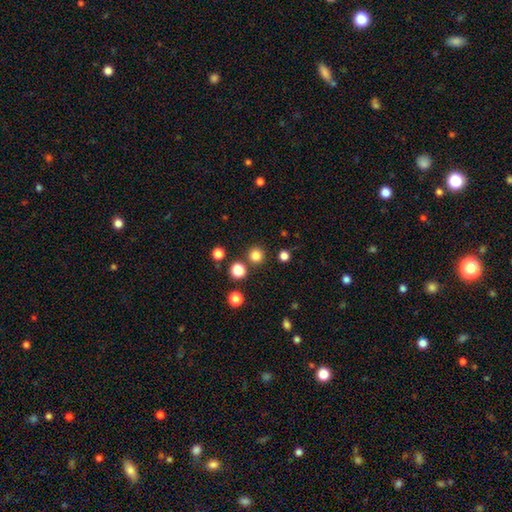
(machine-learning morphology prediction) A smooth galaxy with no disk features (81%) that is round (95%).

Vote fractions:
- Smooth or featured? smooth: 81% / star or artifact: 15% / featured or disk: 4%
- How rounded? round: 95% / in between: 4% / cigar-shaped: 1%
- Merging? none: 88% / minor disturbance: 5% / merger: 5% / major disturbance: 2%